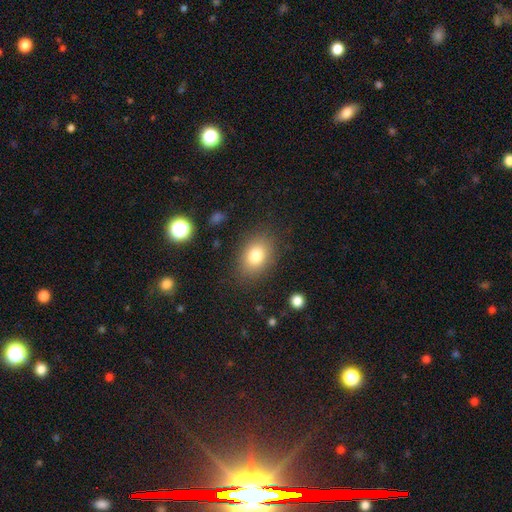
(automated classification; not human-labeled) Smooth or featured: smooth — 81% (star or artifact — 10%)
How rounded: in between — 74% (round — 25%)
Merging: none — 84% (minor disturbance — 11%)